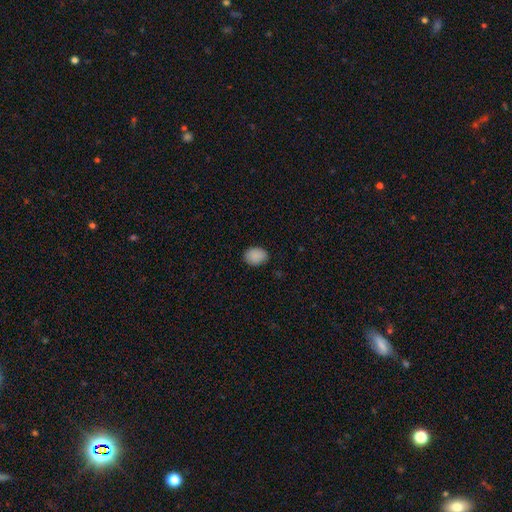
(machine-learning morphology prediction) A smooth galaxy with no disk features (89%) that is in between round and cigar-shaped (61%).

Vote fractions:
- Smooth or featured? smooth: 89% / star or artifact: 8% / featured or disk: 3%
- How rounded? in between: 61% / round: 38% / cigar-shaped: 1%
- Merging? none: 84% / minor disturbance: 12% / major disturbance: 2% / merger: 1%